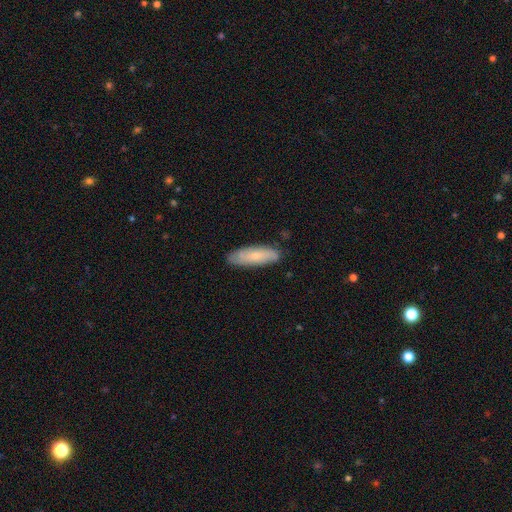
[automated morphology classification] smooth_or_featured: smooth (p=0.62) [alt: featured or disk p=0.32]
how_rounded: cigar-shaped (p=0.50) [alt: in between p=0.48]
merging: none (p=0.81) [alt: minor disturbance p=0.15]